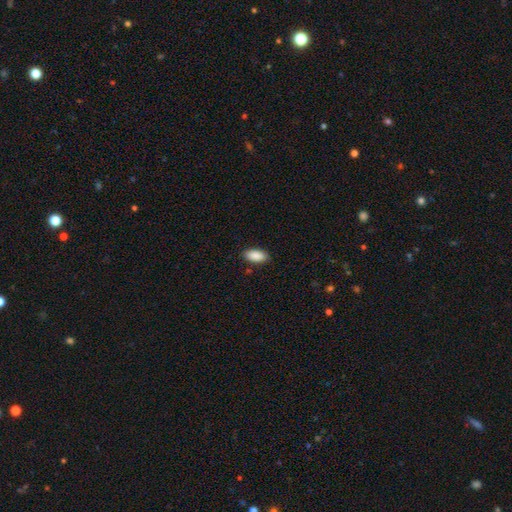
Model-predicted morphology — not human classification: A smooth galaxy with no disk features (90%) that is in between round and cigar-shaped (92%). Merging: none (87%).